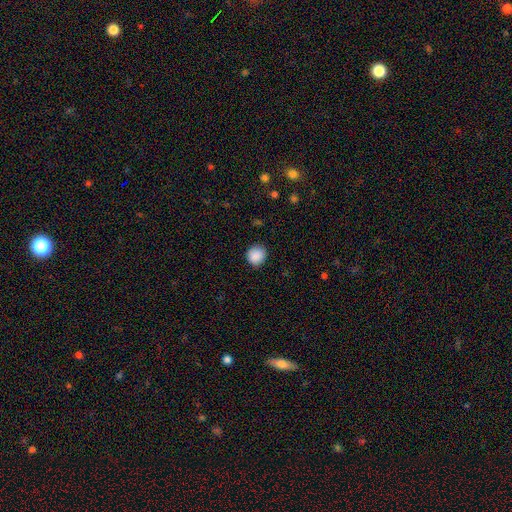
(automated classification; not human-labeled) Q: Smooth or featured?
A: smooth (89%); runner-up: star or artifact (8%)
Q: How rounded?
A: round (89%); runner-up: in between (10%)
Q: Merging?
A: none (88%); runner-up: minor disturbance (8%)